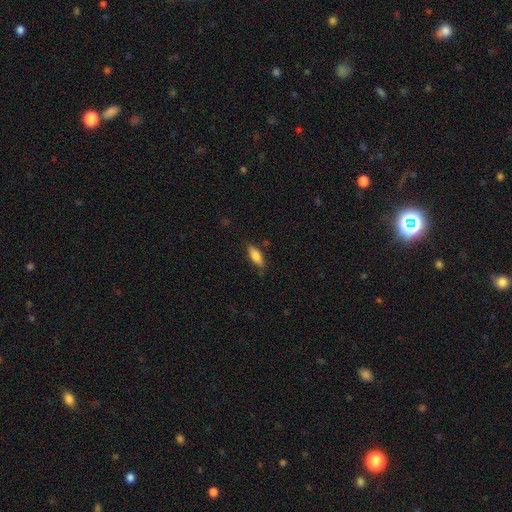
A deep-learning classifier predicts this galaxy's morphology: The model was most divided on "how rounded": in between: 67%, cigar-shaped: 31%, round: 2%. More confident: merging — none (81%); smooth or featured — smooth (79%).